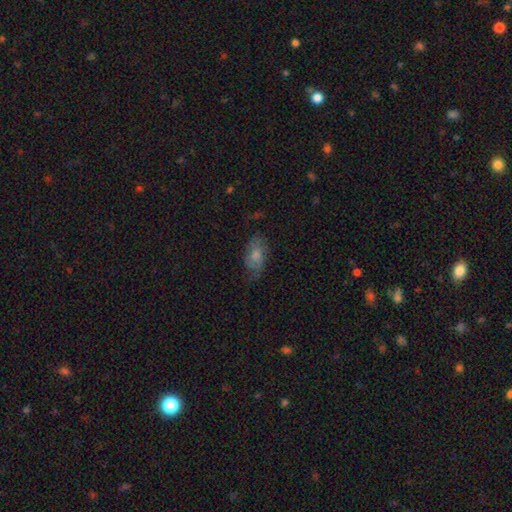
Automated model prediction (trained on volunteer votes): Smooth or featured?
  - smooth: 57% *
  - featured or disk: 34%
  - star or artifact: 8%
How rounded?
  - in between: 90% *
  - round: 6%
  - cigar-shaped: 4%
Merging?
  - none: 56% *
  - minor disturbance: 28%
  - major disturbance: 14%
  - merger: 2%